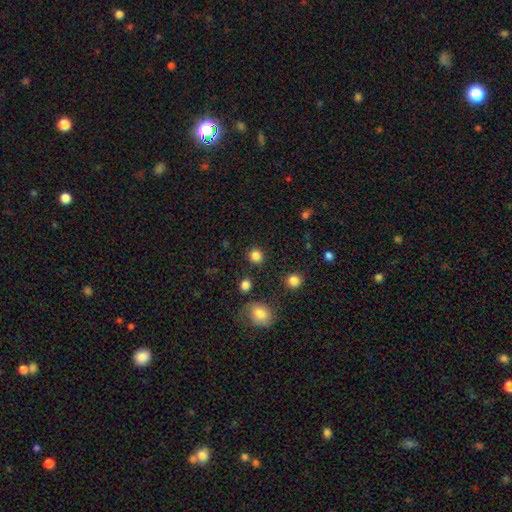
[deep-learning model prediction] Smooth or featured? smooth (84%)
How rounded? round (88%)
Merging? none (88%)